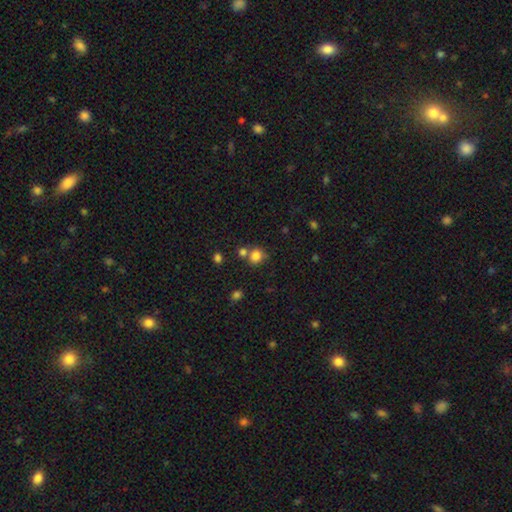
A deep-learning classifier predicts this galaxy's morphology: smooth 81%, star or artifact 12%, featured or disk 7%. Down the decision tree: how rounded — round (73%); merging — none (56%).